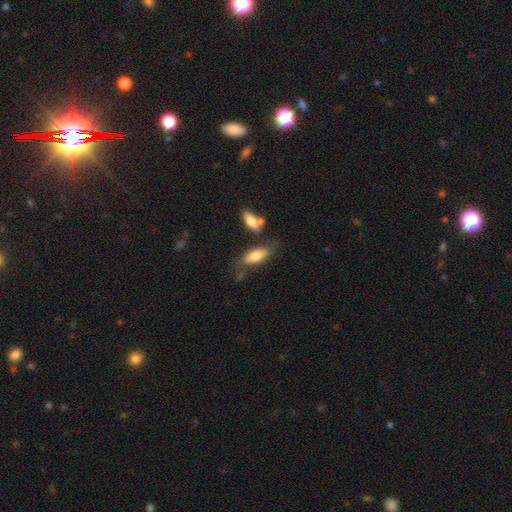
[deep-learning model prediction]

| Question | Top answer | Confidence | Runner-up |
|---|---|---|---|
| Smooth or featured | smooth | 73% | featured or disk (21%) |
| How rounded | in between | 76% | cigar-shaped (21%) |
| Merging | none | 58% | minor disturbance (22%) |